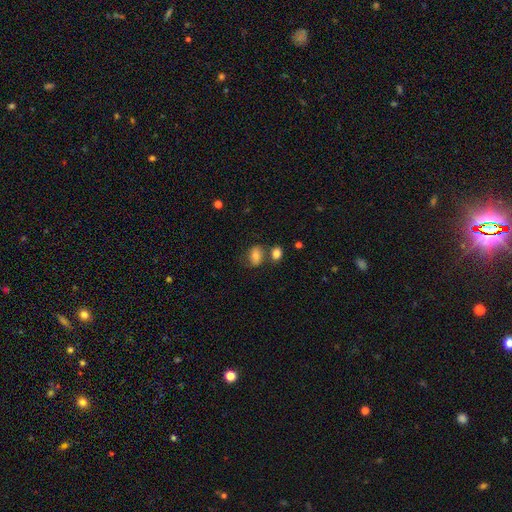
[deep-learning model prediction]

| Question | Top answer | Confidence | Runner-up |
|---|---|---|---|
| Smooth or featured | smooth | 78% | featured or disk (13%) |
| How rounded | in between | 74% | round (24%) |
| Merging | none | 55% | merger (22%) |